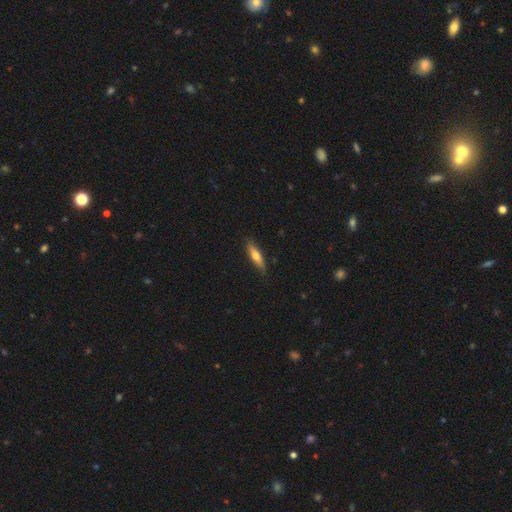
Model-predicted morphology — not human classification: type=smooth (61%); roundness=cigar-shaped (70%); merging=none (86%).